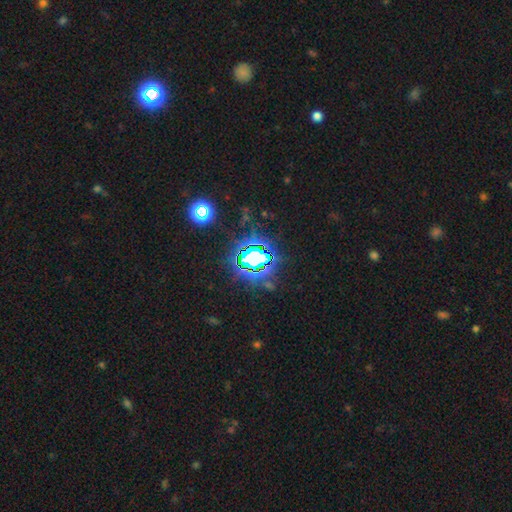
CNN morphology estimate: star or artifact 77%, smooth 13%, featured or disk 10%.